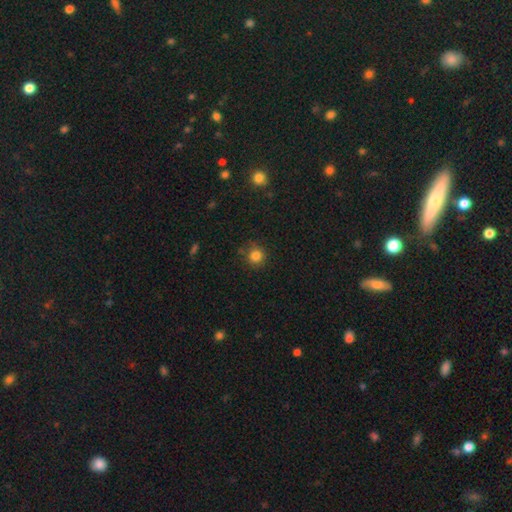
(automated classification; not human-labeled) Smooth or featured: smooth — 83% (star or artifact — 12%)
How rounded: round — 92% (in between — 7%)
Merging: none — 83% (minor disturbance — 12%)